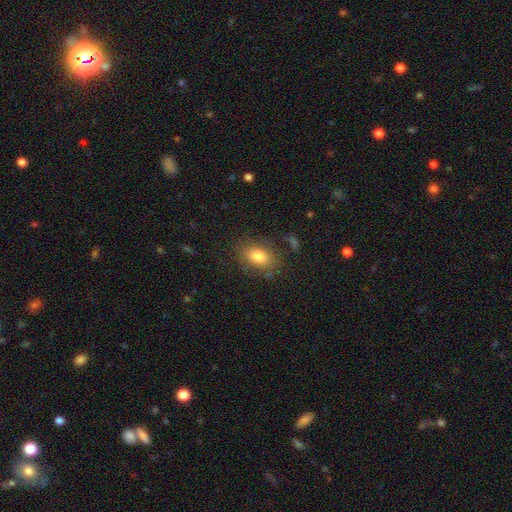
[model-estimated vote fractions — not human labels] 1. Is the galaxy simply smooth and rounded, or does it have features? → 80% smooth, 10% star or artifact, 10% featured or disk.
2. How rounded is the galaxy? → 81% in between, 17% round, 2% cigar-shaped.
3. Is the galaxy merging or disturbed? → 81% none, 13% minor disturbance, 4% major disturbance, 2% merger.